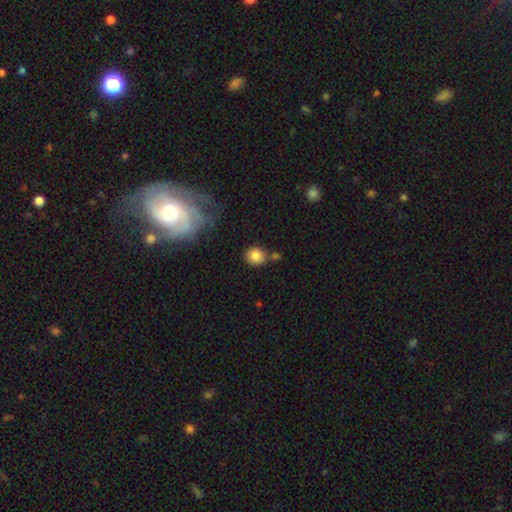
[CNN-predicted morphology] Overall: smooth (85%). How rounded: round (82%). Merging: none (66%).